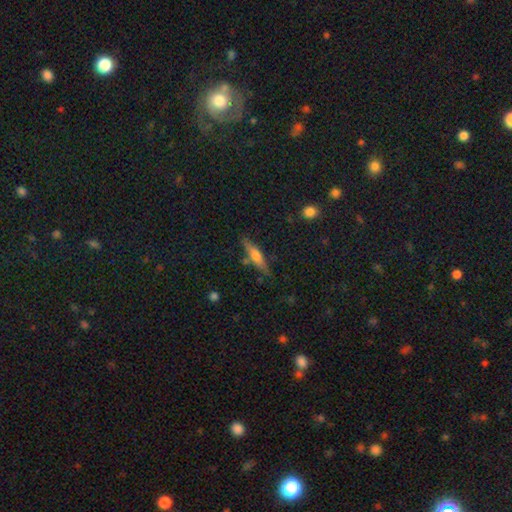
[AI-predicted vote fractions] This appears to be a smooth galaxy with no disk features (52%) that is cigar-shaped (78%). Merging: none (79%).